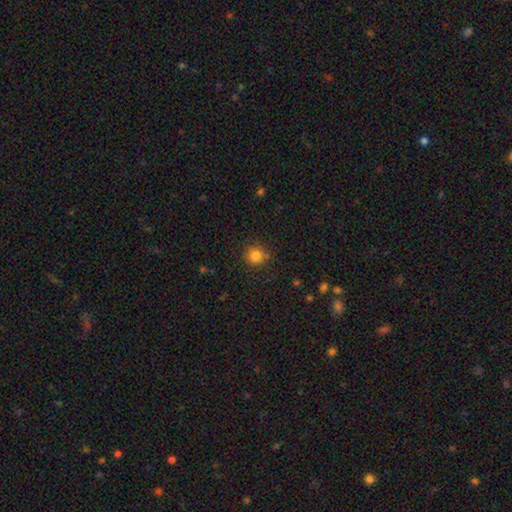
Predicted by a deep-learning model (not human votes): Smooth or featured?
  - smooth: 83% *
  - star or artifact: 12%
  - featured or disk: 5%
How rounded?
  - round: 92% *
  - in between: 7%
  - cigar-shaped: 1%
Merging?
  - none: 86% *
  - minor disturbance: 10%
  - major disturbance: 3%
  - merger: 2%